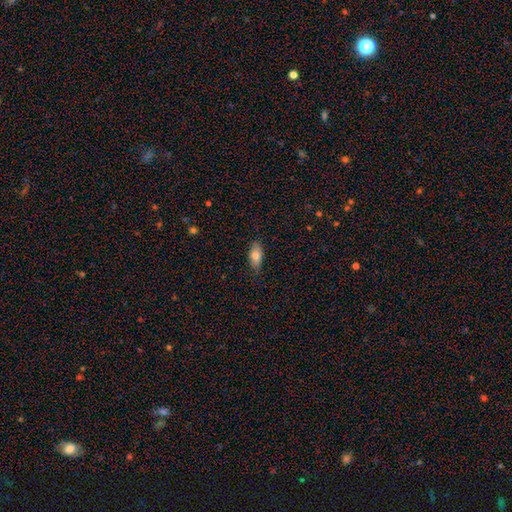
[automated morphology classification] Smooth or featured?
  - smooth: 77% *
  - featured or disk: 16%
  - star or artifact: 7%
How rounded?
  - in between: 85% *
  - cigar-shaped: 11%
  - round: 4%
Merging?
  - none: 82% *
  - minor disturbance: 15%
  - major disturbance: 2%
  - merger: 1%